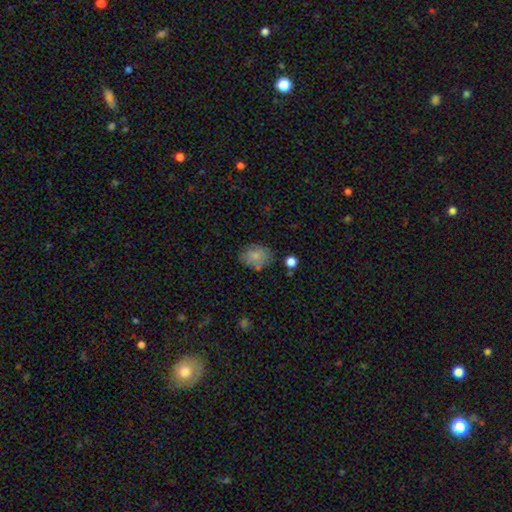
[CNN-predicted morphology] smooth_or_featured: smooth (p=0.79) [alt: featured or disk p=0.12]
how_rounded: in between (p=0.57) [alt: round p=0.42]
merging: none (p=0.70) [alt: minor disturbance p=0.19]